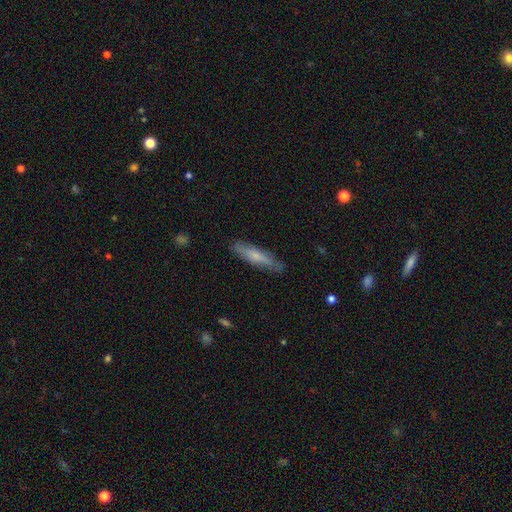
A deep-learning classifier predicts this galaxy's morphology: A smooth galaxy with no disk features (64%) that is cigar-shaped (81%). Merging: none (82%).